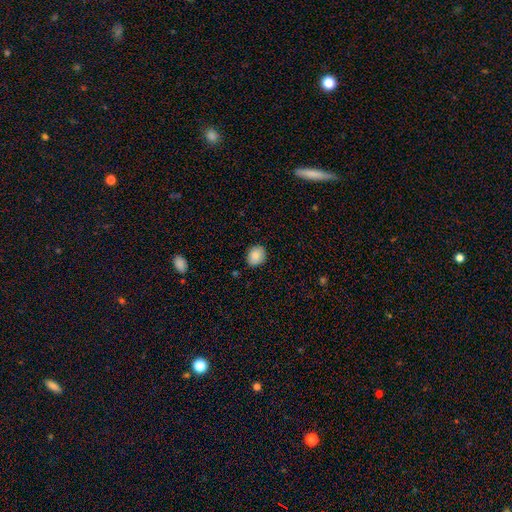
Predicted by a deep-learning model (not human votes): Q: Smooth or featured?
A: smooth (87%); runner-up: star or artifact (8%)
Q: How rounded?
A: round (59%); runner-up: in between (40%)
Q: Merging?
A: none (86%); runner-up: minor disturbance (11%)